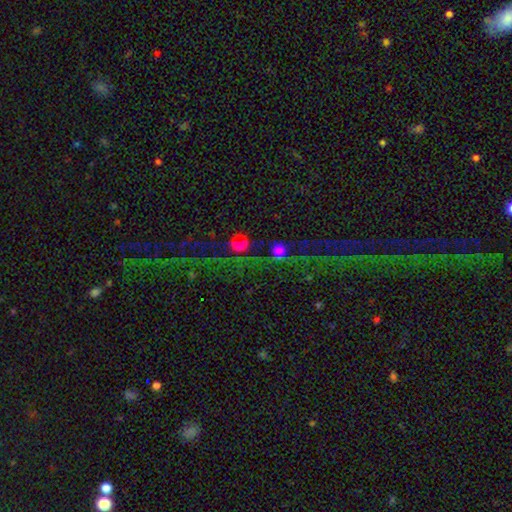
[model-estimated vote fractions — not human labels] Smooth or featured? Predicted: star or artifact (p=0.64).